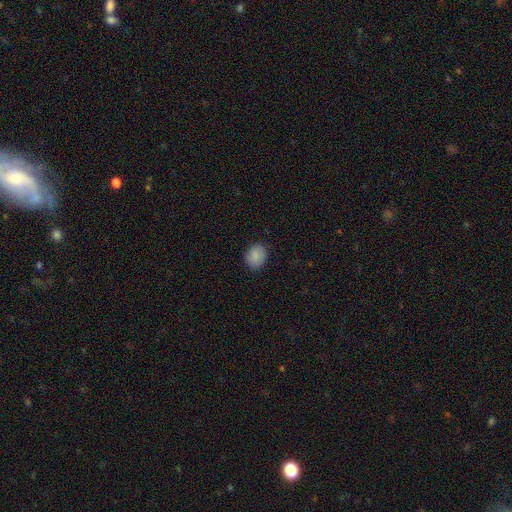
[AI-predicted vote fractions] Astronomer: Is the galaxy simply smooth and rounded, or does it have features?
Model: smooth — 87%.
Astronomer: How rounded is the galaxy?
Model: round — 50% (runner-up: in between, 49%).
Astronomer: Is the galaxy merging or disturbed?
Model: none — 86%.